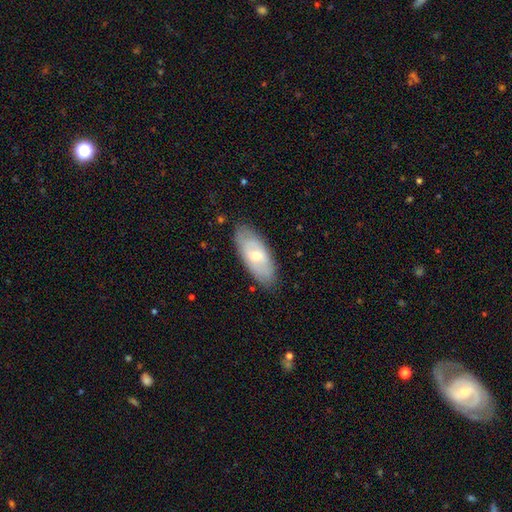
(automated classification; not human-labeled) Overall: smooth (49%; featured or disk 44%). Merging: none (83%).